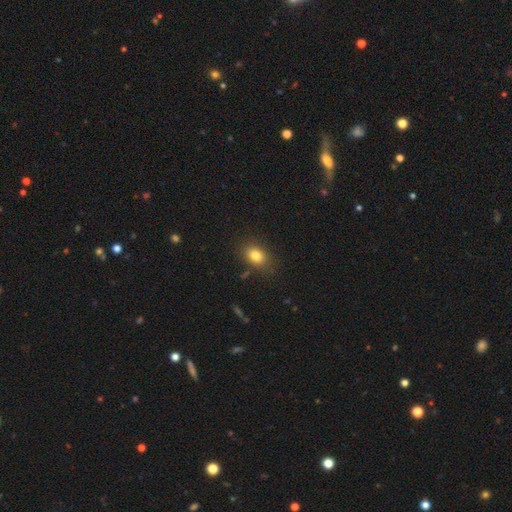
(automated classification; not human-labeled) smooth-or-featured: smooth: 81% | star or artifact: 11% | featured or disk: 8%
  how-rounded: in between: 68% | round: 31% | cigar-shaped: 1%
  merging: none: 82% | minor disturbance: 13% | major disturbance: 3% | merger: 2%